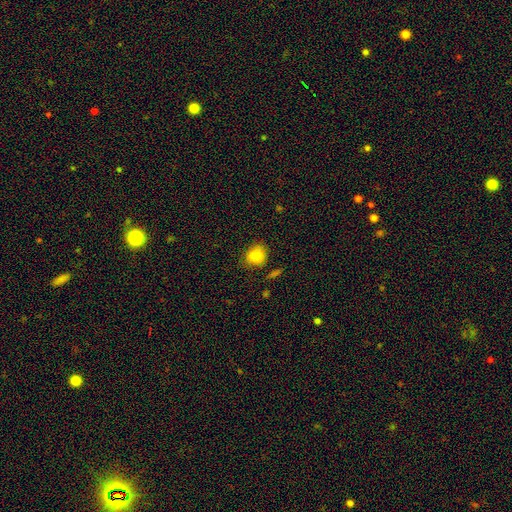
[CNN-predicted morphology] Smooth or featured? Predicted: smooth (p=0.82). How rounded? Predicted: round (p=0.52). Merging? Predicted: none (p=0.67).